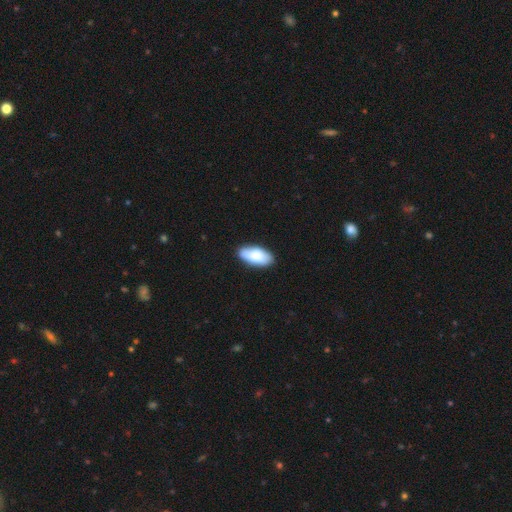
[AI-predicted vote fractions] Overall: smooth (84%). How rounded: in between (92%). Merging: none (84%).